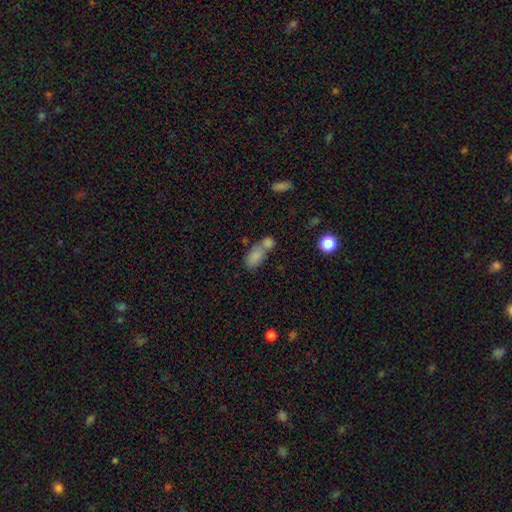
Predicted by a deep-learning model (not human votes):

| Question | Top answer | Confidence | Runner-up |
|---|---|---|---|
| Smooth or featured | smooth | 80% | featured or disk (10%) |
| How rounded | in between | 87% | cigar-shaped (7%) |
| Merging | merger | 55% | none (30%) |